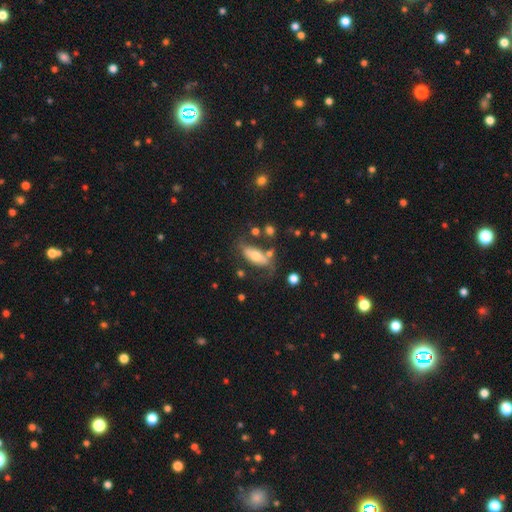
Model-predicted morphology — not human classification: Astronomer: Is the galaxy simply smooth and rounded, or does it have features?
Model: smooth — 58% (runner-up: featured or disk, 34%).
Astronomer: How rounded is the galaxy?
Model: in between — 78%.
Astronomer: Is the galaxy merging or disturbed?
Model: none — 52%.